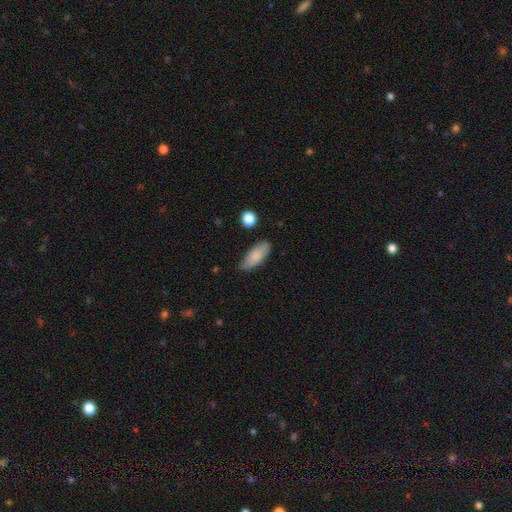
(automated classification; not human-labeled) Overall: smooth (85%). How rounded: in between (76%). Merging: none (80%).